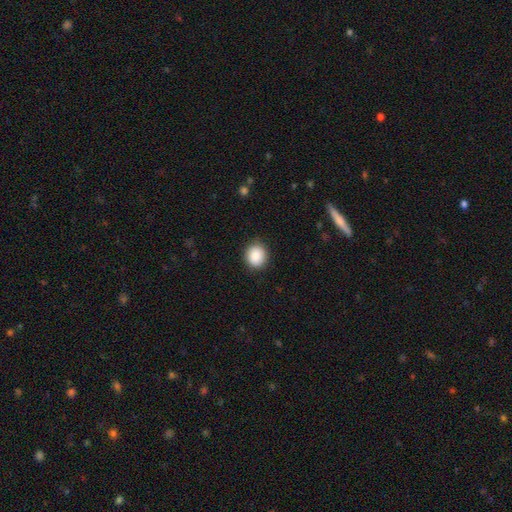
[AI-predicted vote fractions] Smooth or featured?
  - smooth: 89% *
  - star or artifact: 8%
  - featured or disk: 4%
How rounded?
  - round: 78% *
  - in between: 21%
  - cigar-shaped: 1%
Merging?
  - none: 88% *
  - minor disturbance: 9%
  - major disturbance: 2%
  - merger: 1%